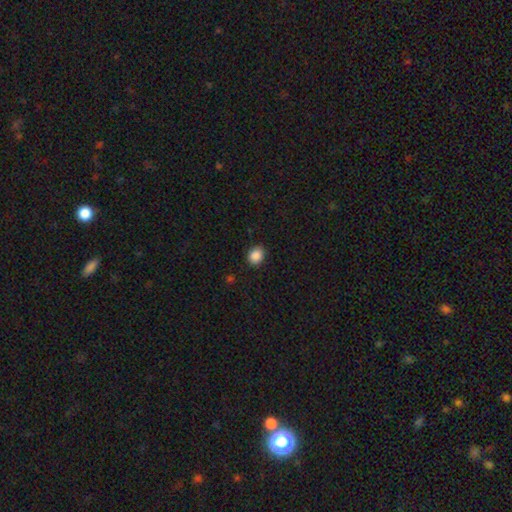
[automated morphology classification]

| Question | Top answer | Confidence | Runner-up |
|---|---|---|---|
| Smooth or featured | smooth | 88% | star or artifact (9%) |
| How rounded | round | 57% | in between (42%) |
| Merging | none | 87% | minor disturbance (9%) |